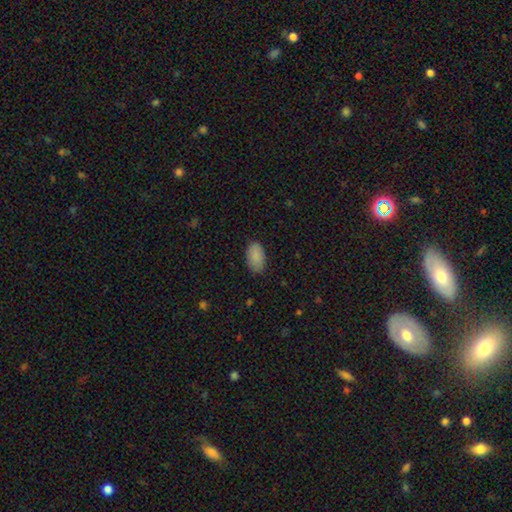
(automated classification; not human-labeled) The model was most divided on "merging": none: 82%, minor disturbance: 14%, major disturbance: 3%, merger: 1%. More confident: how rounded — in between (95%); smooth or featured — smooth (88%).